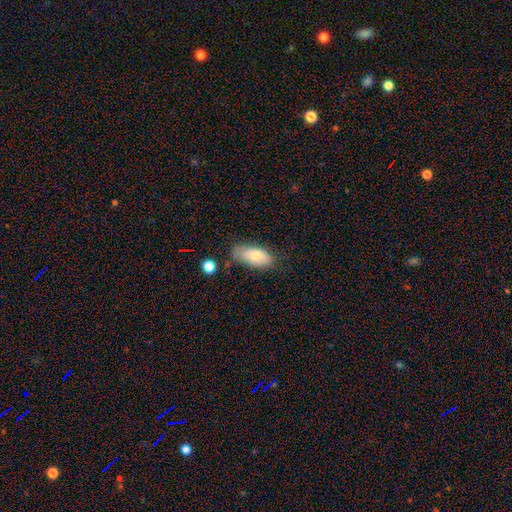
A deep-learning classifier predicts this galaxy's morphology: This is likely a smooth galaxy (74%). How rounded: clearly in between (89%). Merging: possibly none (58%).